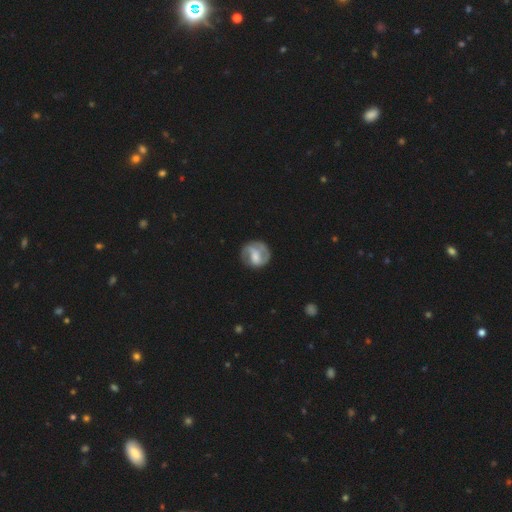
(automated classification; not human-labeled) Overall: featured or disk (66%; smooth 28%). Edge-on disk: no (97%). Bar: weak (47%; no 30%). Spiral arms: yes (85%). Spiral arm count: 2 (66%). Spiral winding: medium (42%; tight 37%). Bulge size: moderate (40%; small 28%). Merging: none (70%).